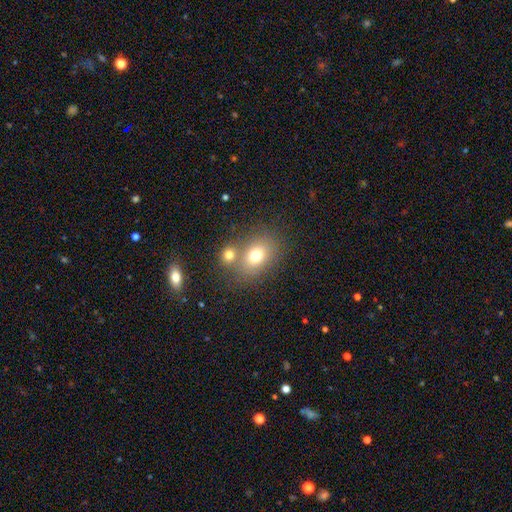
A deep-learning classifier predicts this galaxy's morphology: smooth_or_featured: smooth (p=0.73) [alt: featured or disk p=0.14]
how_rounded: in between (p=0.61) [alt: round p=0.38]
merging: none (p=0.53) [alt: merger p=0.32]